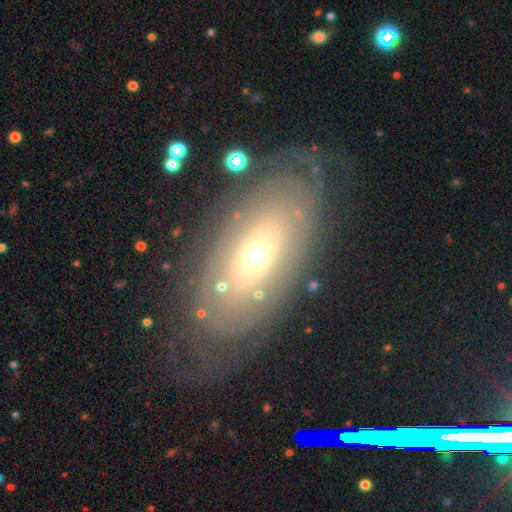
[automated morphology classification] Smooth or featured? Predicted: featured or disk (p=0.68). Edge-on disk? Predicted: no (p=0.89). Bar? Predicted: no (p=0.83). Spiral arms? Predicted: yes (p=0.58). Bulge size? Predicted: moderate (p=0.57). Merging? Predicted: none (p=0.71).